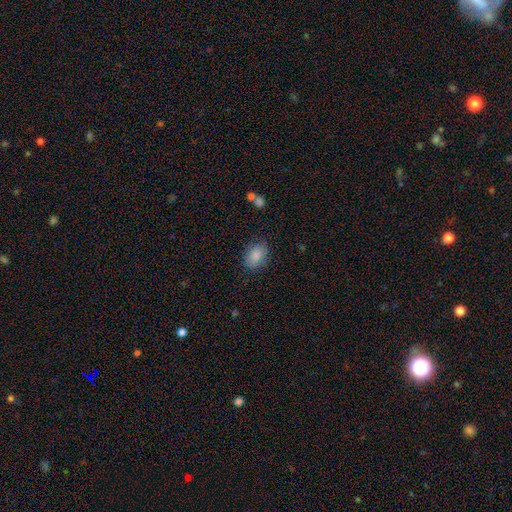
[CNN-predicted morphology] Smooth or featured?
  - smooth: 87% *
  - star or artifact: 7%
  - featured or disk: 6%
How rounded?
  - in between: 83% *
  - round: 16%
  - cigar-shaped: 1%
Merging?
  - none: 82% *
  - minor disturbance: 13%
  - major disturbance: 3%
  - merger: 1%